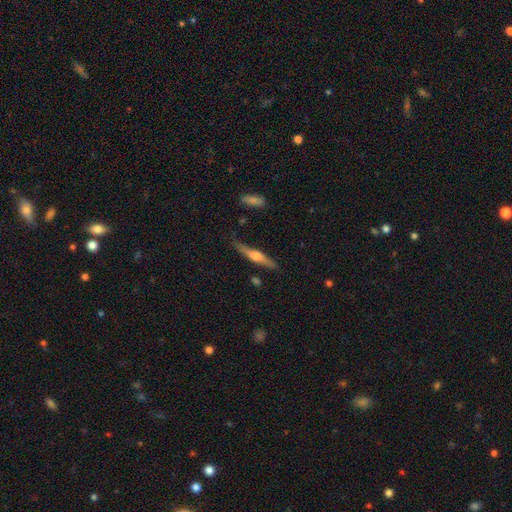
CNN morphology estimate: A featured or disk galaxy (65%) viewed edge-on (96%) with a rounded central bulge (87%).

Vote fractions:
- Smooth or featured? featured or disk: 65% / smooth: 30% / star or artifact: 6%
- Edge-on disk? yes: 96% / no: 4%
- Edge-on bulge? rounded: 87% / boxy: 8% / none: 4%
- Merging? none: 82% / minor disturbance: 13% / major disturbance: 3% / merger: 2%